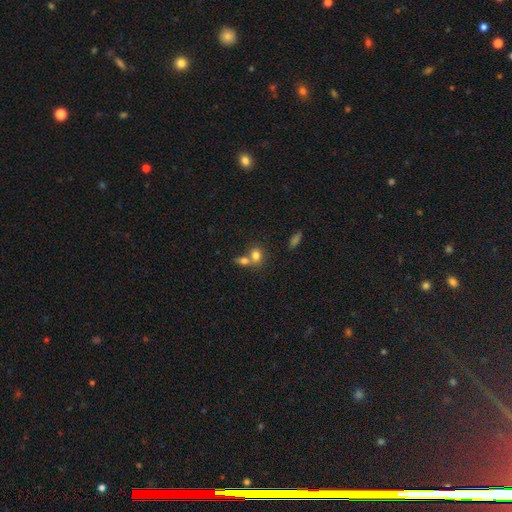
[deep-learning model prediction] A smooth galaxy with no disk features (78%) that is in between round and cigar-shaped (53%).

Vote fractions:
- Smooth or featured? smooth: 78% / featured or disk: 11% / star or artifact: 10%
- How rounded? in between: 53% / round: 45% / cigar-shaped: 2%
- Merging? merger: 53% / none: 35% / minor disturbance: 8% / major disturbance: 3%